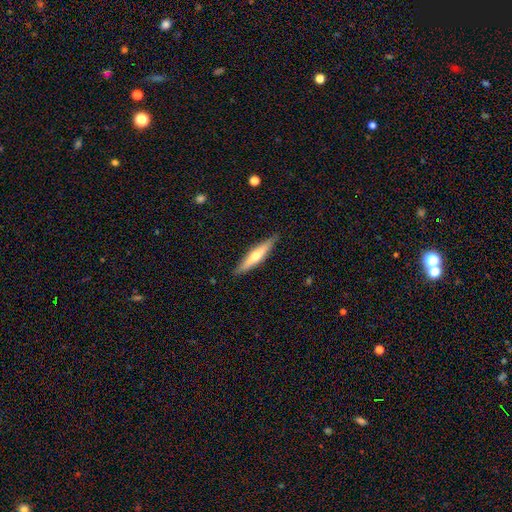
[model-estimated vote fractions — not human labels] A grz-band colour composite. It shows a featured or disk galaxy (52%) viewed edge-on (94%). Merging: none (89%).